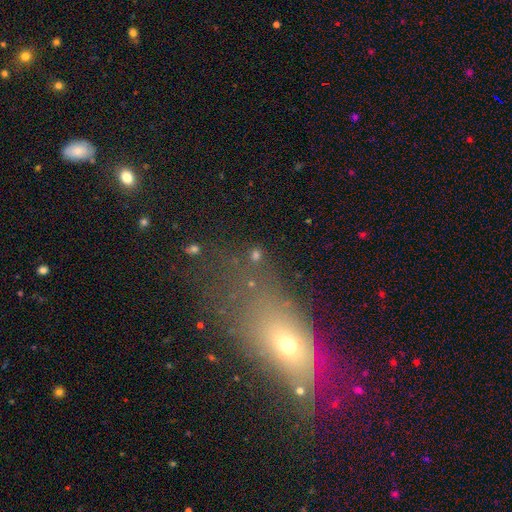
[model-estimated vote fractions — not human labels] A smooth galaxy with no disk features (48%). Merging: none (61%).